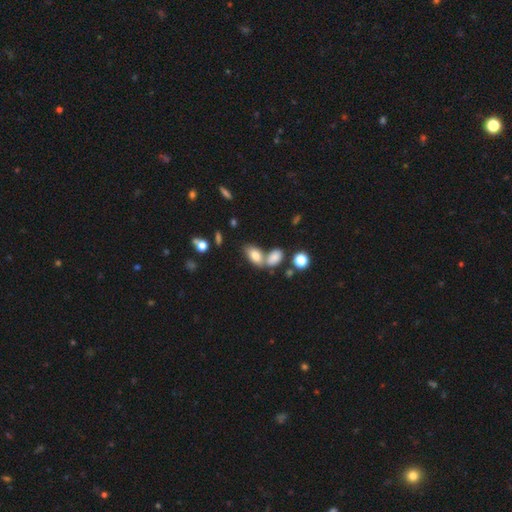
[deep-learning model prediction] smooth-or-featured: smooth: 81% | featured or disk: 10% | star or artifact: 9%
  how-rounded: in between: 90% | round: 6% | cigar-shaped: 4%
  merging: none: 42% (tied) | merger: 42% (tied) | minor disturbance: 11% | major disturbance: 4%